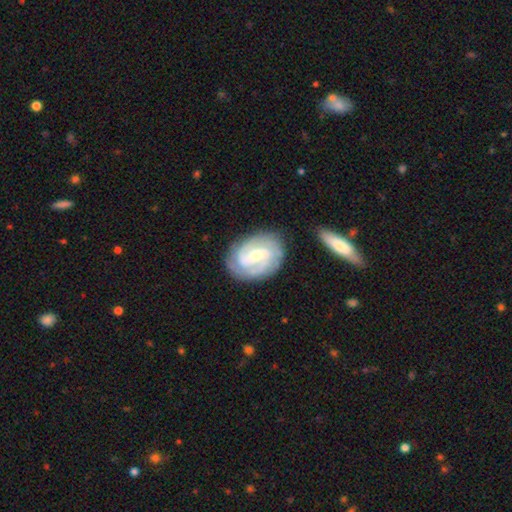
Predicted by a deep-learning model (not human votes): Smooth or featured? featured or disk (85%)
Edge-on disk? no (97%)
Bar? weak (51%)
Spiral arms? yes (96%)
Spiral winding? tight (47%)
Spiral arm count? 2 (54%)
Bulge size? small (58%)
Merging? none (78%)